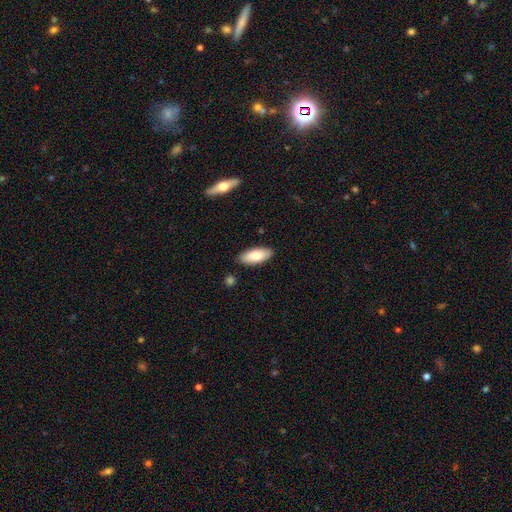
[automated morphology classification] This appears to be a smooth galaxy with no disk features (82%) that is in between round and cigar-shaped (82%). Merging: none (86%).